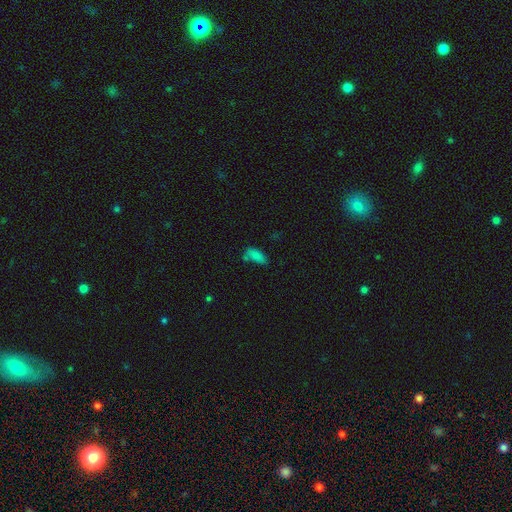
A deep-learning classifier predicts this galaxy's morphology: A smooth galaxy with no disk features (79%) that is in between round and cigar-shaped (77%). Merging: none (52%).